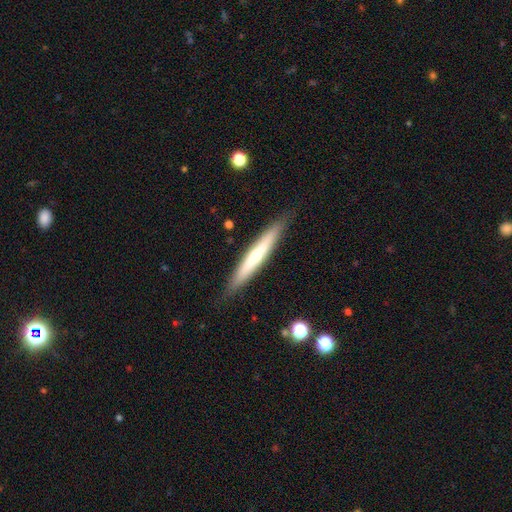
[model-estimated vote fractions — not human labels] A featured or disk galaxy (49%).

Vote fractions:
- Smooth or featured? featured or disk: 49% / smooth: 44% / star or artifact: 7%
- Merging? none: 88% / minor disturbance: 9% / major disturbance: 2% / merger: 1%